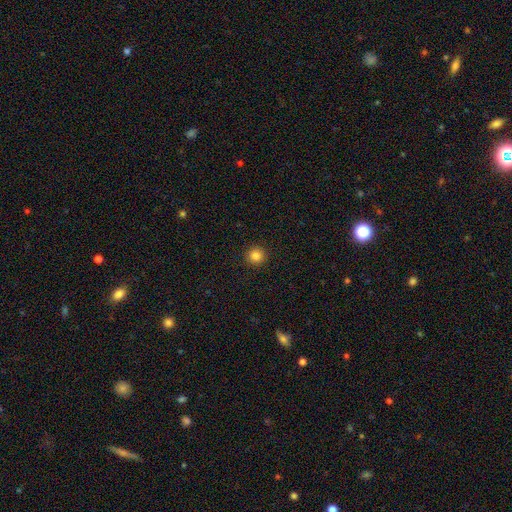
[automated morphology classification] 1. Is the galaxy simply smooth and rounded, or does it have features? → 84% smooth, 12% star or artifact, 4% featured or disk.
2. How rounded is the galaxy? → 95% round, 4% in between, 1% cigar-shaped.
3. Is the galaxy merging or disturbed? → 93% none, 5% minor disturbance, 2% major disturbance, 1% merger.